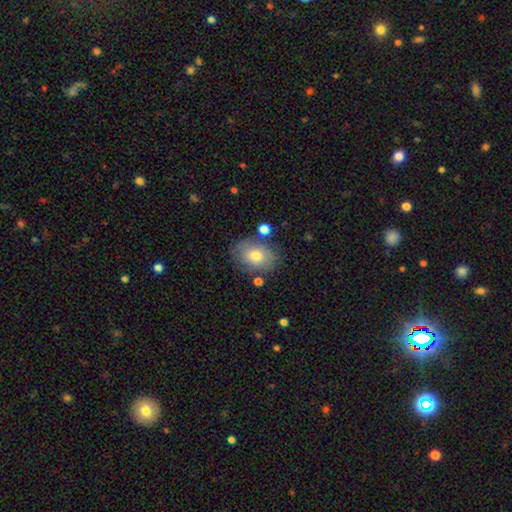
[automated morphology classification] This is likely a smooth galaxy (72%). How rounded: likely in between (71%). Merging: likely none (73%).